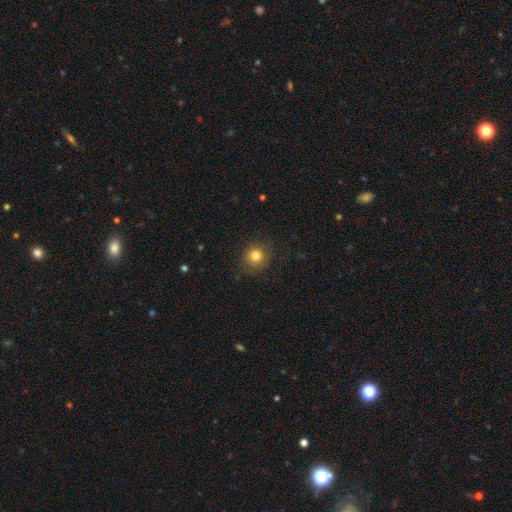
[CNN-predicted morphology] This appears to be a smooth galaxy with no disk features (80%) that is round (90%). Merging: none (83%).